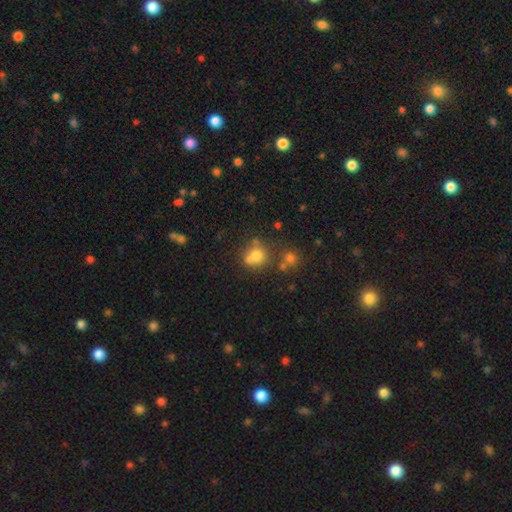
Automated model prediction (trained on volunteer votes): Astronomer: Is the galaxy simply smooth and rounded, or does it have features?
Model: smooth — 68%.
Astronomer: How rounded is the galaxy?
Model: round — 67%.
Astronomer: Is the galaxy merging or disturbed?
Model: none — 41% (runner-up: merger, 36%).